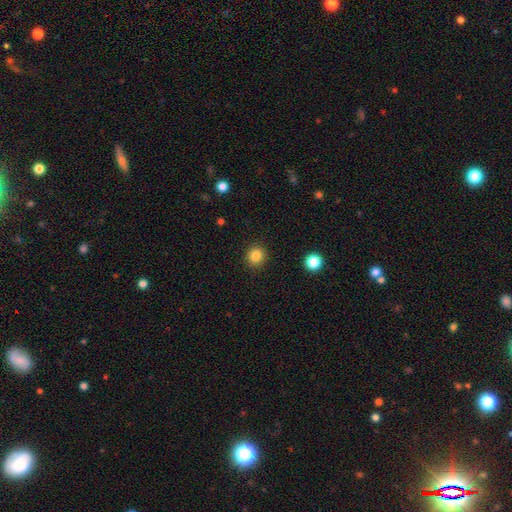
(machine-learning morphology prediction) smooth-or-featured: smooth: 83% | star or artifact: 12% | featured or disk: 6%
  how-rounded: round: 92% | in between: 7% | cigar-shaped: 1%
  merging: none: 91% | minor disturbance: 6% | major disturbance: 2% | merger: 1%